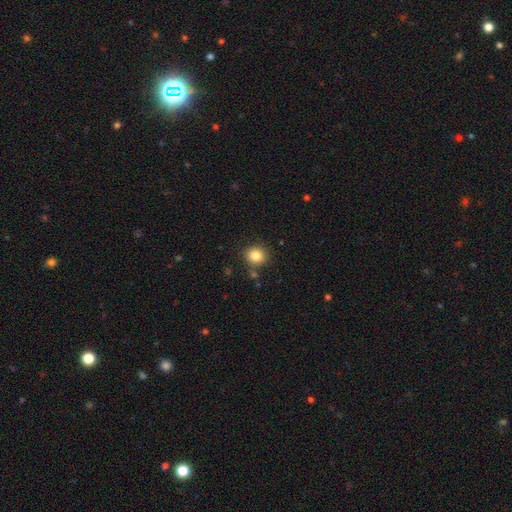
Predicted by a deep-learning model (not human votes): smooth 84%, star or artifact 11%, featured or disk 5%. Down the decision tree: how rounded — round (84%); merging — none (84%).